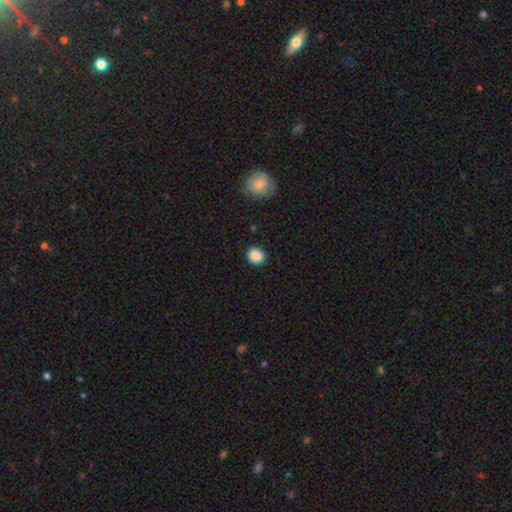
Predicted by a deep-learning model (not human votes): This appears to be a smooth galaxy with no disk features (87%) that is round (73%). Merging: none (90%).